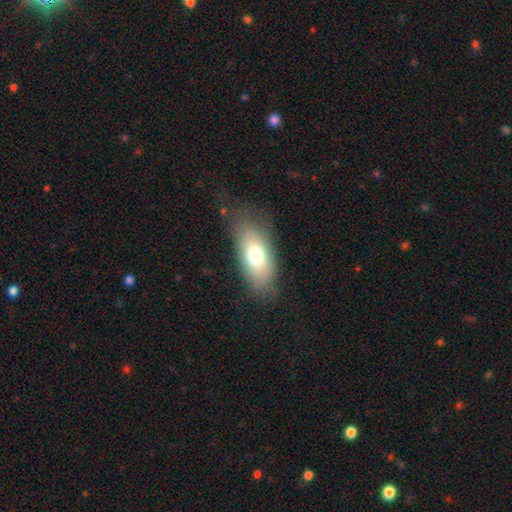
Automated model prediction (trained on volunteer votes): smooth_or_featured: smooth (p=0.71) [alt: featured or disk p=0.20]
how_rounded: in between (p=0.85) [alt: cigar-shaped p=0.10]
merging: none (p=0.76) [alt: minor disturbance p=0.16]